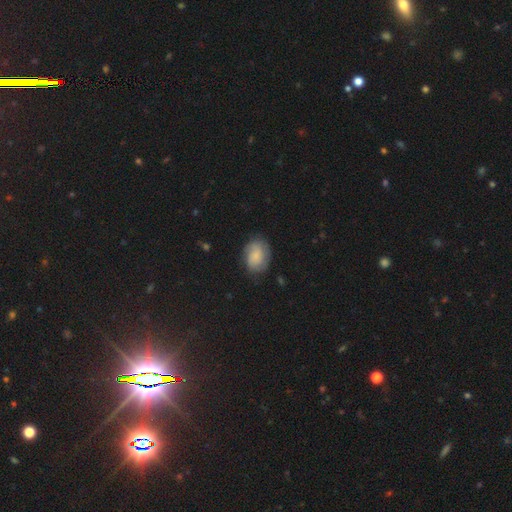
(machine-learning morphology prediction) smooth-or-featured: smooth: 66% | featured or disk: 26% | star or artifact: 8%
  how-rounded: in between: 68% | round: 31% | cigar-shaped: 1%
  merging: none: 73% | minor disturbance: 20% | major disturbance: 6% | merger: 1%